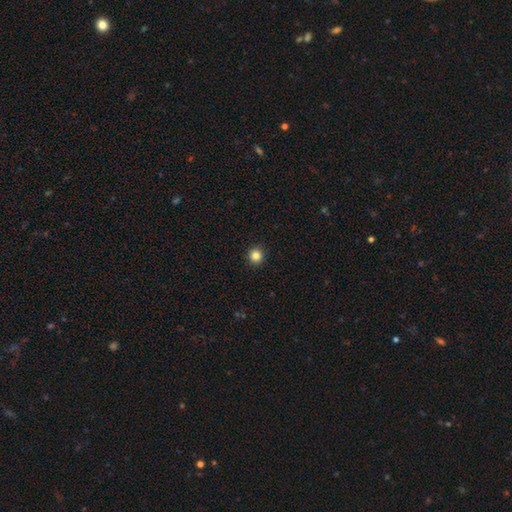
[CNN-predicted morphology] Smooth or featured?
  - smooth: 84% *
  - star or artifact: 12%
  - featured or disk: 4%
How rounded?
  - round: 94% *
  - in between: 5%
  - cigar-shaped: 1%
Merging?
  - none: 93% *
  - minor disturbance: 5%
  - major disturbance: 2%
  - merger: 1%